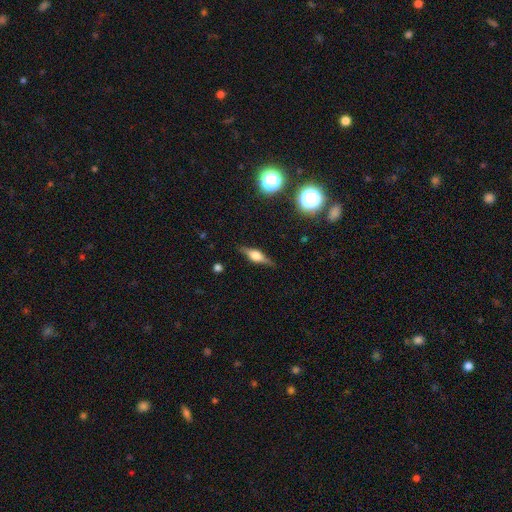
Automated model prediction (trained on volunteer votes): Overall: featured or disk (64%; smooth 27%). Edge-on disk: yes (95%). Edge-on bulge: rounded (86%). Merging: none (83%).